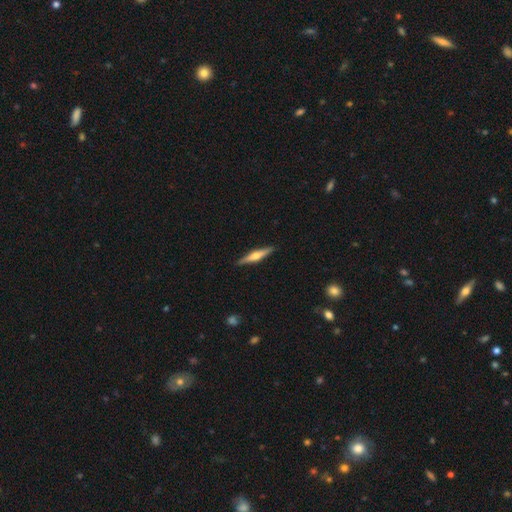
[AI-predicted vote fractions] This is likely a featured or disk galaxy (65%). It is clearly viewed edge-on (97%). Edge-on bulge: clearly rounded (91%). Merging: clearly none (91%).